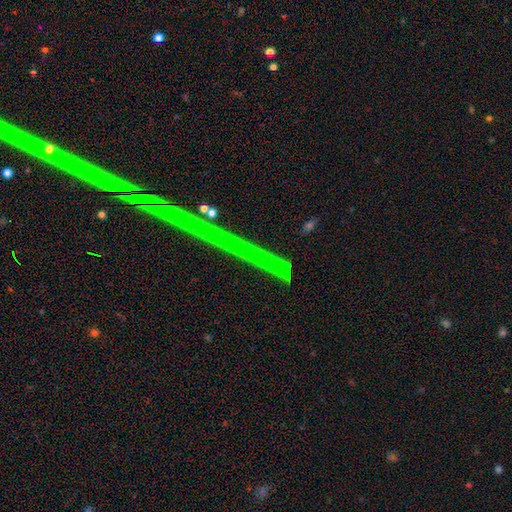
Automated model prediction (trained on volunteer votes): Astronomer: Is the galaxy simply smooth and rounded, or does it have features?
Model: star or artifact — 76%.